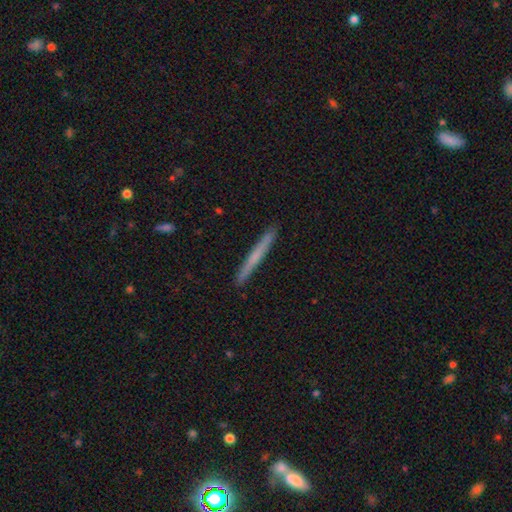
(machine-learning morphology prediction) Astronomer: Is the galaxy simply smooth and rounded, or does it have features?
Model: smooth — 55% (runner-up: featured or disk, 39%).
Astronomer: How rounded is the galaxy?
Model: cigar-shaped — 97%.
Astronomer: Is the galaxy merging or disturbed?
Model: none — 92%.